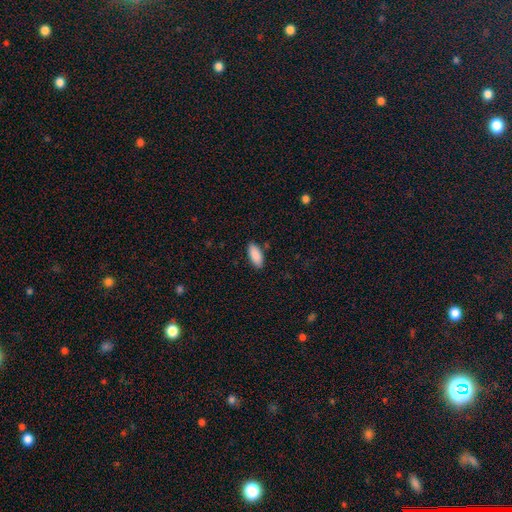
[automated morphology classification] This appears to be a smooth galaxy with no disk features (90%) that is in between round and cigar-shaped (84%). Merging: none (86%).